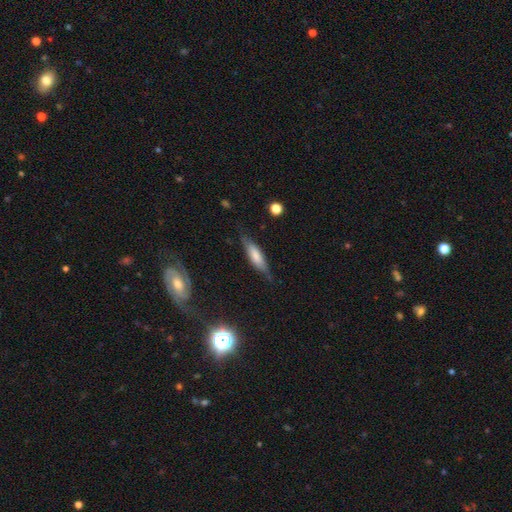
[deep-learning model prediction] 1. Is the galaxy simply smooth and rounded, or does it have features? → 61% smooth, 32% featured or disk, 7% star or artifact.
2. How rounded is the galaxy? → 59% cigar-shaped, 39% in between, 2% round.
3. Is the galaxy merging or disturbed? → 73% none, 21% minor disturbance, 5% major disturbance, 2% merger.